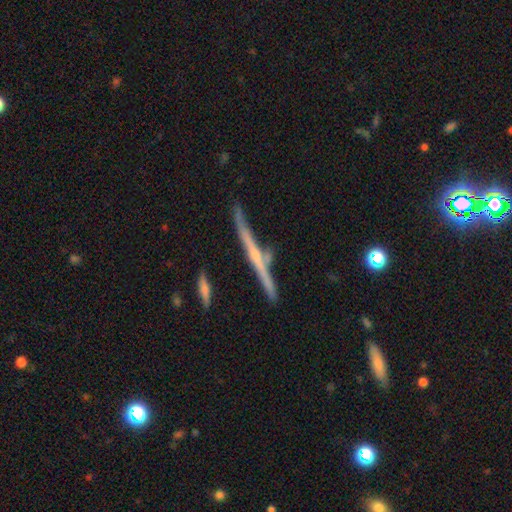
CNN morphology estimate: Smooth or featured: featured or disk — 78% (smooth — 15%)
Edge-on disk: yes — 98% (no — 2%)
Edge-on bulge: rounded — 62% (none — 32%)
Merging: none — 80% (minor disturbance — 12%)